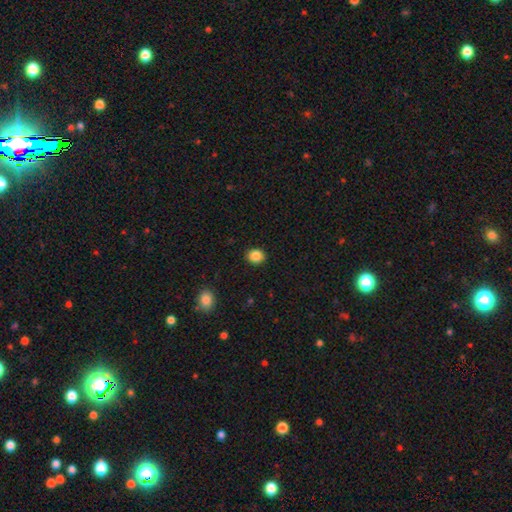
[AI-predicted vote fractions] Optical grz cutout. It shows a smooth galaxy with no disk features (86%) that is round (75%). Merging: none (90%).